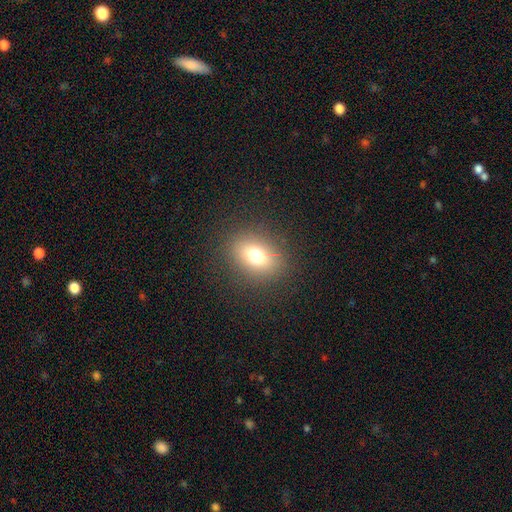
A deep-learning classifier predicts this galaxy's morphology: smooth_or_featured: smooth (p=0.71) [alt: star or artifact p=0.15]
how_rounded: in between (p=0.55) [alt: round p=0.43]
merging: none (p=0.86) [alt: minor disturbance p=0.08]